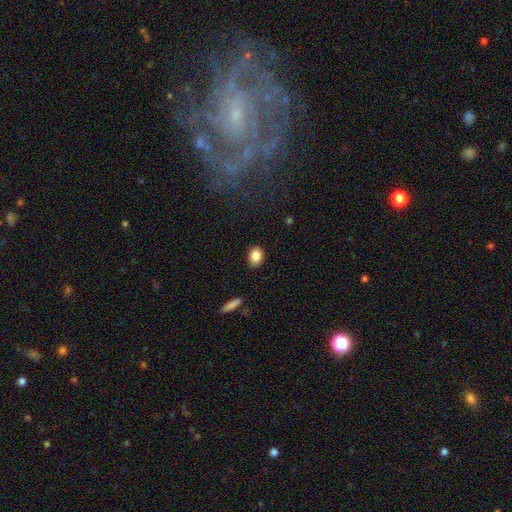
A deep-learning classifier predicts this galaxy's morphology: smooth_or_featured: smooth (p=0.85) [alt: star or artifact p=0.08]
how_rounded: in between (p=0.71) [alt: round p=0.28]
merging: none (p=0.88) [alt: minor disturbance p=0.09]